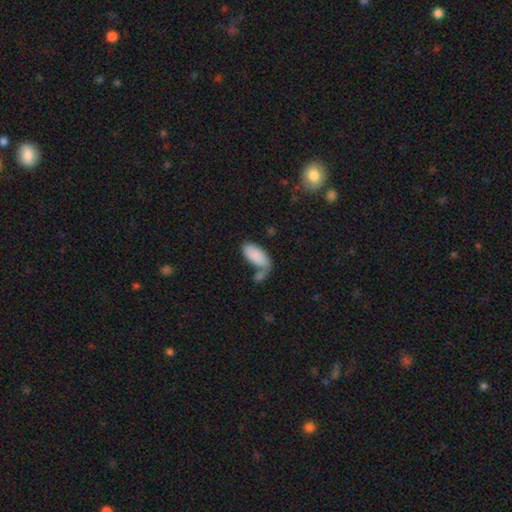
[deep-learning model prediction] This appears to be a smooth galaxy with no disk features (85%) that is in between round and cigar-shaped (91%). Merging: none (41%).